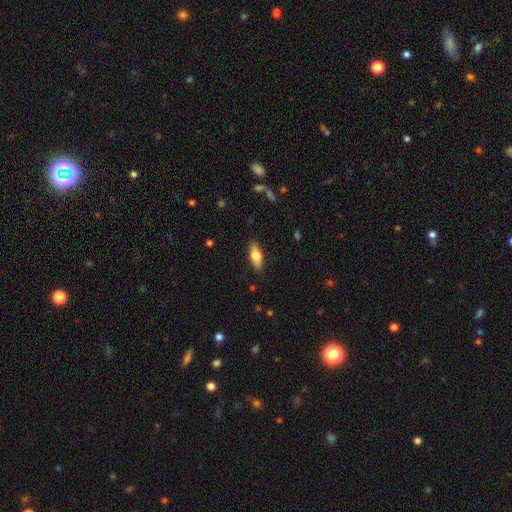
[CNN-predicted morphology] The model was most divided on "smooth or featured": smooth: 69%, featured or disk: 25%, star or artifact: 7%. More confident: merging — none (88%); how rounded — in between (76%).